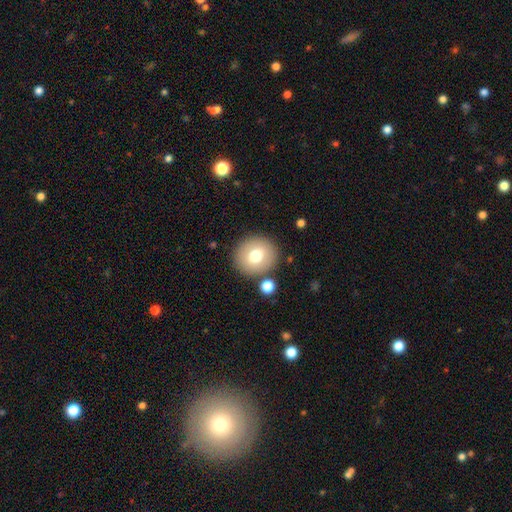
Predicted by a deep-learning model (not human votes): Smooth or featured? Predicted: smooth (p=0.73). How rounded? Predicted: round (p=0.84). Merging? Predicted: none (p=0.85).